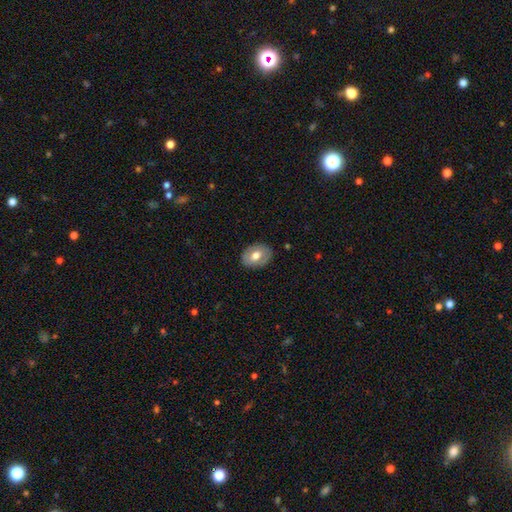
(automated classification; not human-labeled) A smooth galaxy with no disk features (64%) that is in between round and cigar-shaped (72%). Merging: none (85%).